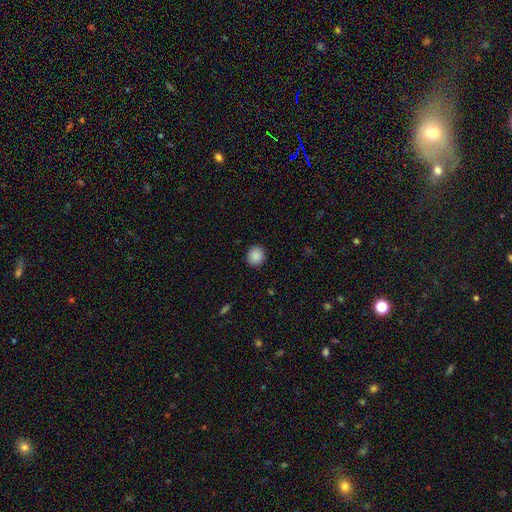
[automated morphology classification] type=smooth (88%); roundness=round (90%); merging=none (91%).